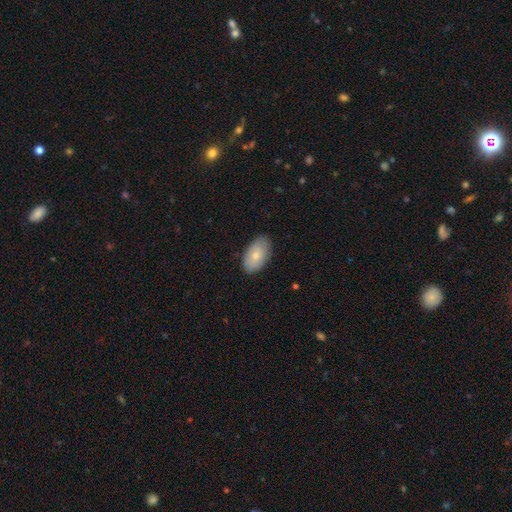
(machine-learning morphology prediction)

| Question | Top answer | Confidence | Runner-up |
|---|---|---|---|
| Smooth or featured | smooth | 78% | featured or disk (15%) |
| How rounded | in between | 94% | round (5%) |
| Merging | none | 86% | minor disturbance (11%) |